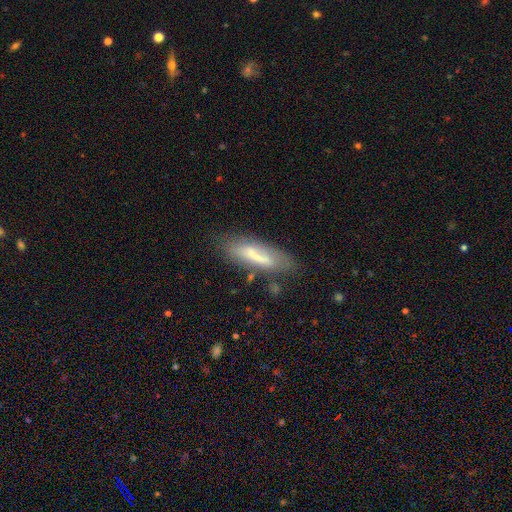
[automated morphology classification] smooth_or_featured: smooth (p=0.54) [alt: featured or disk p=0.37]
how_rounded: cigar-shaped (p=0.59) [alt: in between p=0.39]
merging: none (p=0.64) [alt: minor disturbance p=0.23]